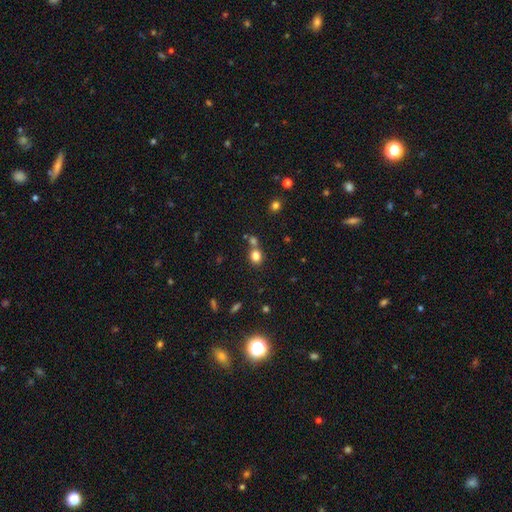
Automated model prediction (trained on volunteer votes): Q: Smooth or featured?
A: smooth (80%); runner-up: star or artifact (13%)
Q: How rounded?
A: round (71%); runner-up: in between (28%)
Q: Merging?
A: none (57%); runner-up: merger (30%)